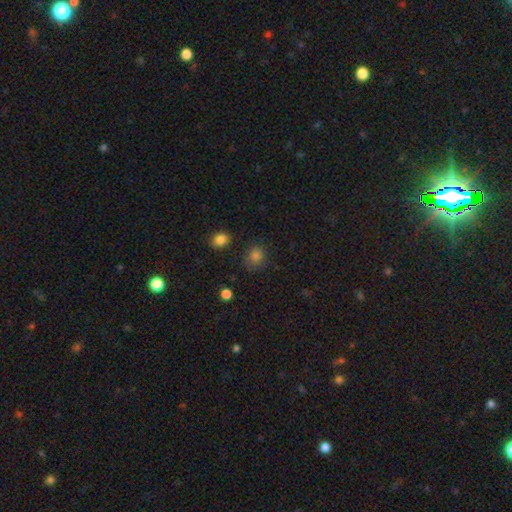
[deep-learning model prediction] A smooth galaxy with no disk features (81%) that is round (75%). Merging: none (76%).